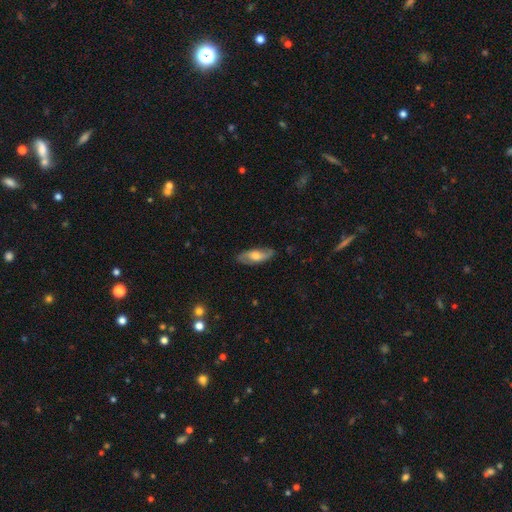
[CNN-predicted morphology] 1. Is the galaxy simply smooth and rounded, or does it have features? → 56% featured or disk, 38% smooth, 6% star or artifact.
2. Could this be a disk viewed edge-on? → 80% no, 20% yes.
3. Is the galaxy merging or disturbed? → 82% none, 14% minor disturbance, 3% major disturbance, 1% merger.